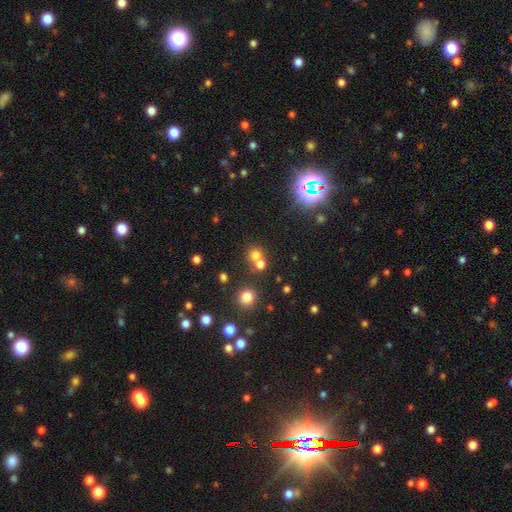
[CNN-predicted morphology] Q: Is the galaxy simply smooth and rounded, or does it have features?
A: smooth — 68%.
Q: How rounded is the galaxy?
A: round — 86%.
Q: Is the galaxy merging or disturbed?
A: none — 52%.